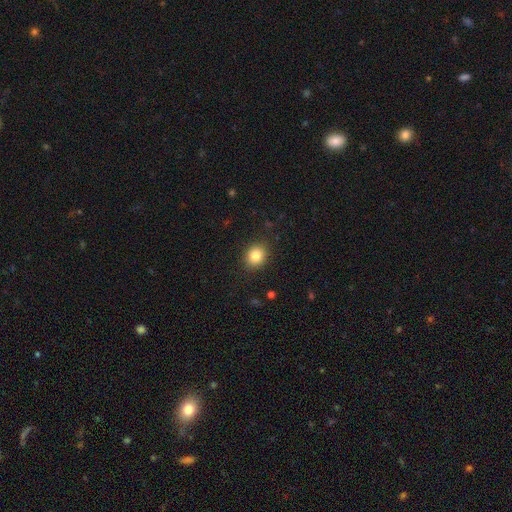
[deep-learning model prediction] A smooth galaxy with no disk features (83%) that is round (69%).

Vote fractions:
- Smooth or featured? smooth: 83% / star or artifact: 11% / featured or disk: 6%
- How rounded? round: 69% / in between: 30% / cigar-shaped: 1%
- Merging? none: 89% / minor disturbance: 8% / major disturbance: 2% / merger: 1%